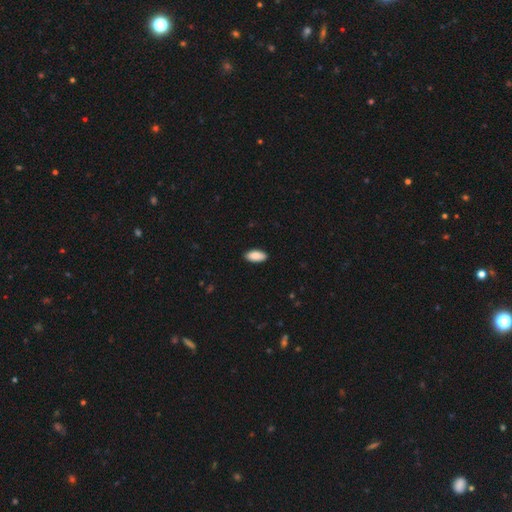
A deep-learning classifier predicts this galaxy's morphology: smooth_or_featured: smooth (p=0.90) [alt: star or artifact p=0.06]
how_rounded: in between (p=0.92) [alt: cigar-shaped p=0.06]
merging: none (p=0.89) [alt: minor disturbance p=0.08]